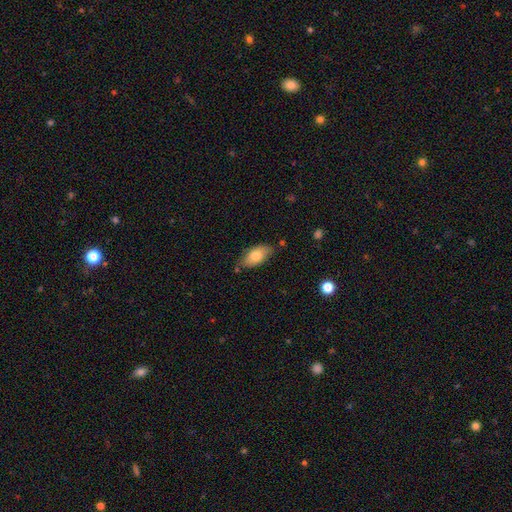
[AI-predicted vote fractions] smooth-or-featured: smooth: 76% | featured or disk: 17% | star or artifact: 7%
  how-rounded: in between: 91% | cigar-shaped: 6% | round: 3%
  merging: none: 72% | minor disturbance: 21% | merger: 4% | major disturbance: 4%